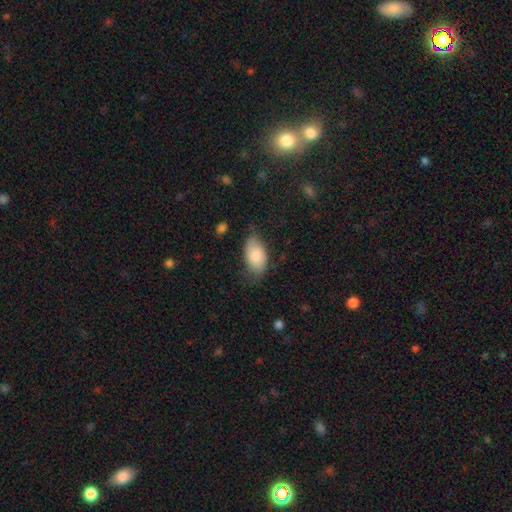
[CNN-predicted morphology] Smooth or featured?
  - smooth: 79% *
  - featured or disk: 15%
  - star or artifact: 6%
How rounded?
  - in between: 94% *
  - round: 4%
  - cigar-shaped: 2%
Merging?
  - none: 63% *
  - minor disturbance: 28%
  - major disturbance: 7%
  - merger: 2%